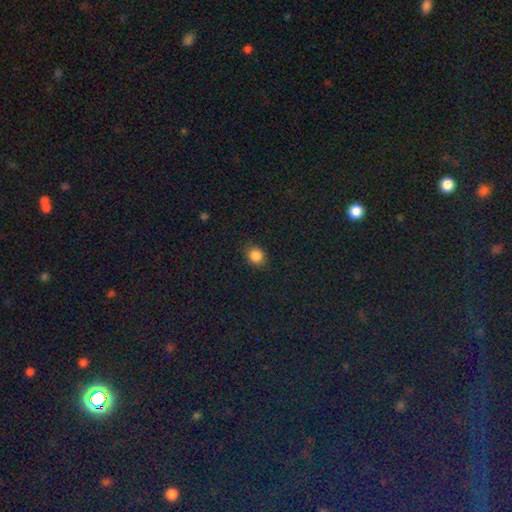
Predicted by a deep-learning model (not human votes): The model was most divided on "how rounded": round: 75%, in between: 24%, cigar-shaped: 1%. More confident: smooth or featured — smooth (85%); merging — none (84%).